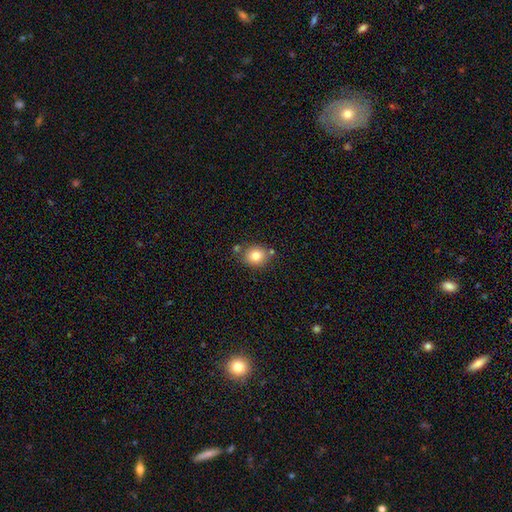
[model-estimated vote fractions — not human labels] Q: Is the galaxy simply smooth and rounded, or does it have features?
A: smooth — 80%.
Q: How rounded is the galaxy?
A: round — 74%.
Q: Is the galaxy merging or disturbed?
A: none — 73%.